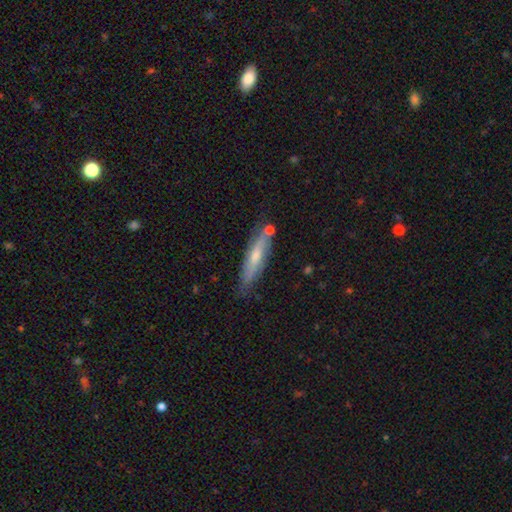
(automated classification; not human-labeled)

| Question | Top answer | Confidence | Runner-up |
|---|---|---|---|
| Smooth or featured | smooth | 52% | featured or disk (41%) |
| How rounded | cigar-shaped | 81% | in between (17%) |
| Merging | none | 72% | minor disturbance (19%) |